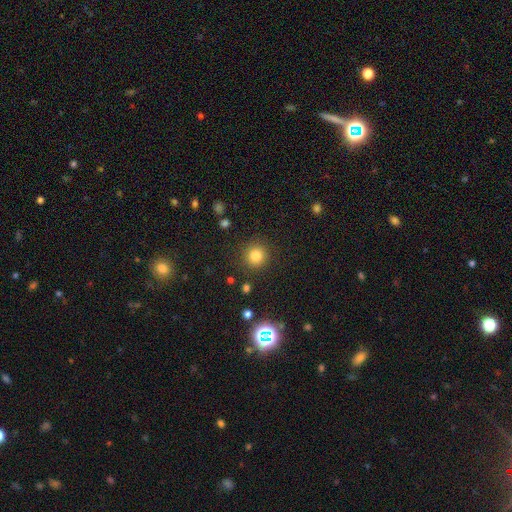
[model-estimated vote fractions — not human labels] Morphology: type=smooth (81%); roundness=round (94%); merging=none (89%).